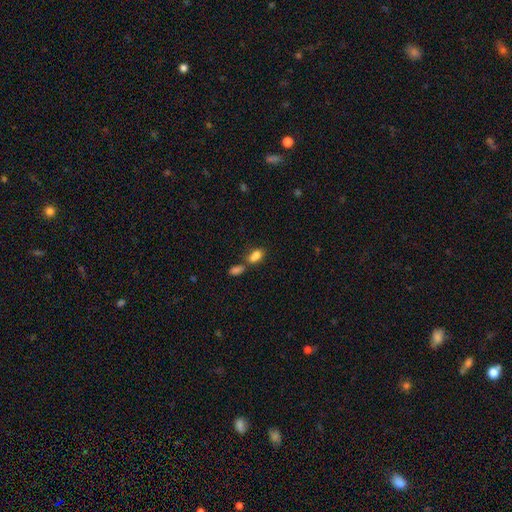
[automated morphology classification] smooth-or-featured: smooth: 82% | star or artifact: 10% | featured or disk: 8%
  how-rounded: in between: 86% | round: 9% | cigar-shaped: 4%
  merging: merger: 46% | none: 38% | minor disturbance: 12% | major disturbance: 5%